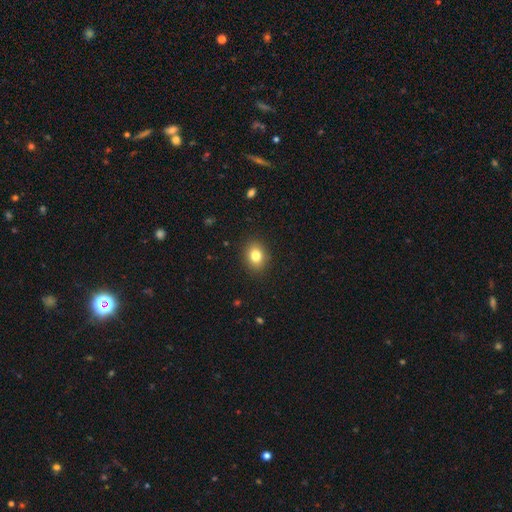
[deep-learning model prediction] Smooth or featured? smooth (81%)
How rounded? in between (53%)
Merging? none (89%)